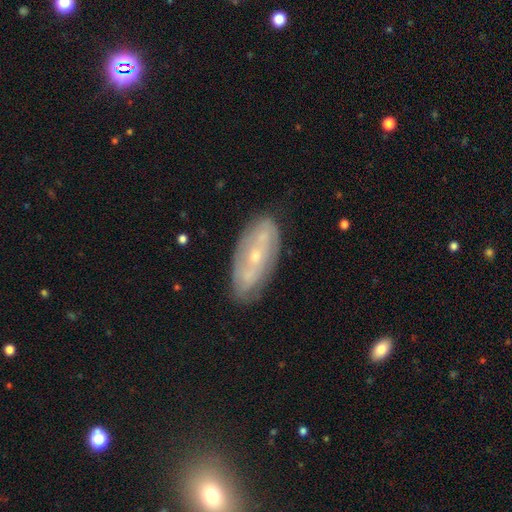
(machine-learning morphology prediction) Q: Smooth or featured?
A: featured or disk (70%); runner-up: smooth (23%)
Q: Edge-on disk?
A: no (86%); runner-up: yes (14%)
Q: Bar?
A: no (54%); runner-up: weak (28%)
Q: Spiral arms?
A: yes (62%); runner-up: no (38%)
Q: Bulge size?
A: small (72%); runner-up: moderate (25%)
Q: Merging?
A: none (80%); runner-up: minor disturbance (15%)